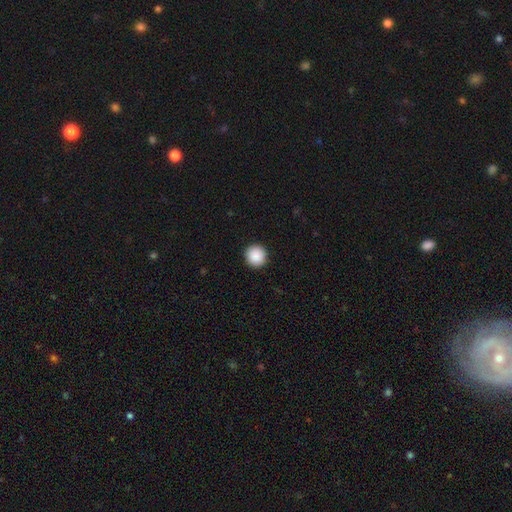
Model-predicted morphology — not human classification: smooth_or_featured: smooth (p=0.89) [alt: star or artifact p=0.08]
how_rounded: round (p=0.95) [alt: in between p=0.04]
merging: none (p=0.93) [alt: minor disturbance p=0.04]